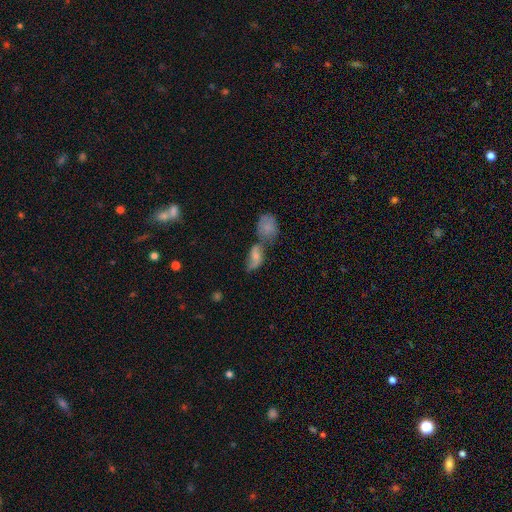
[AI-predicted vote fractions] Smooth or featured: featured or disk — 45% (smooth — 41%)
Merging: merger — 50% (none — 30%)